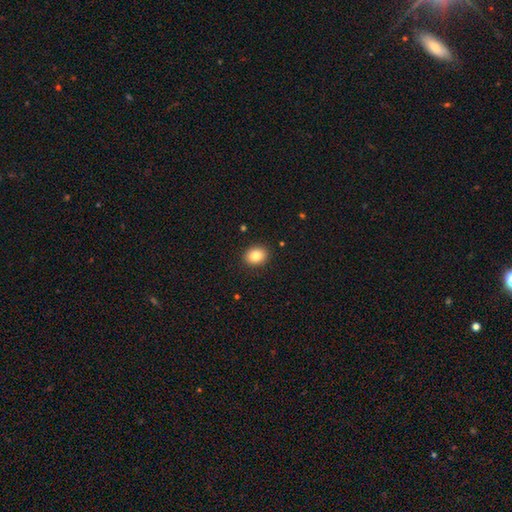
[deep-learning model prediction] The model was most divided on "how rounded": in between: 50%, round: 49%, cigar-shaped: 1%. More confident: merging — none (91%); smooth or featured — smooth (83%).